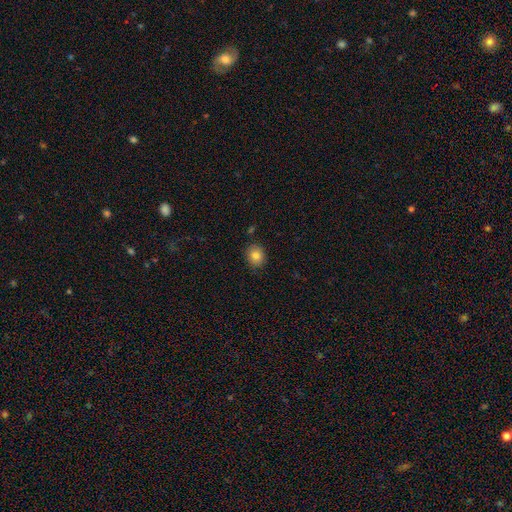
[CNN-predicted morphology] This is clearly a smooth galaxy (81%). How rounded: likely round (71%). Merging: clearly none (87%).